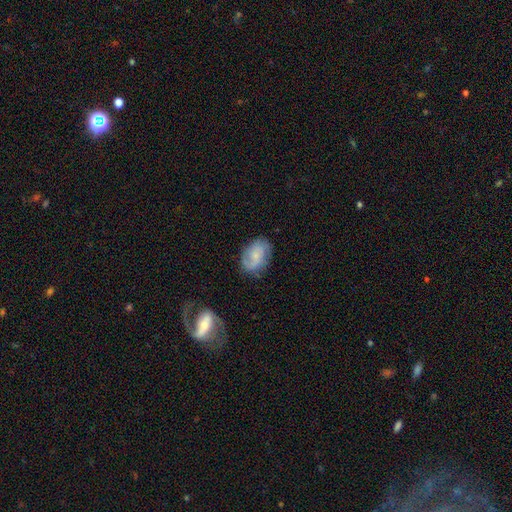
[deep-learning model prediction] smooth-or-featured: featured or disk: 51% | smooth: 41% | star or artifact: 8%
  disk-edge-on: no: 96% | yes: 4%
  merging: none: 70% | minor disturbance: 21% | major disturbance: 7% | merger: 2%